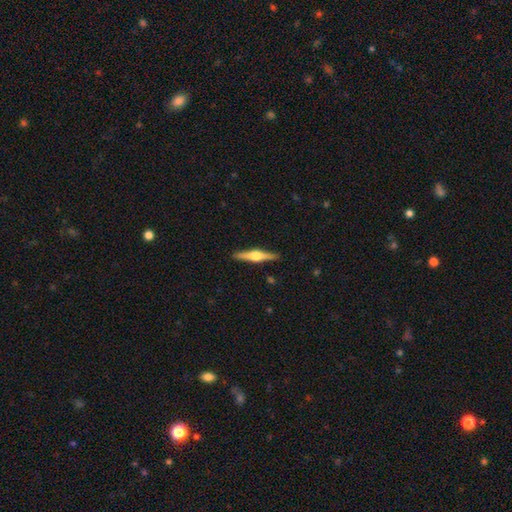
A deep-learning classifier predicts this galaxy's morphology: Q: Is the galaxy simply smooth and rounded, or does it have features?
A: featured or disk — 73%.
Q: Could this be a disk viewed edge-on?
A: yes — 98%.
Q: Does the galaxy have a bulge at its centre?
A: rounded — 94%.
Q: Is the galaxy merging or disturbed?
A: none — 91%.